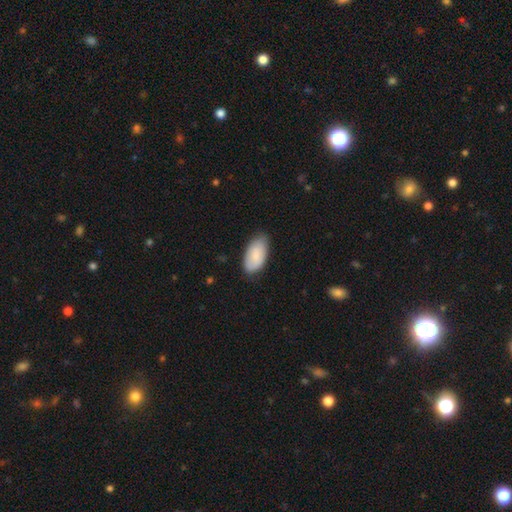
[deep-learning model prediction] Overall: smooth (84%). How rounded: in between (96%). Merging: none (74%).